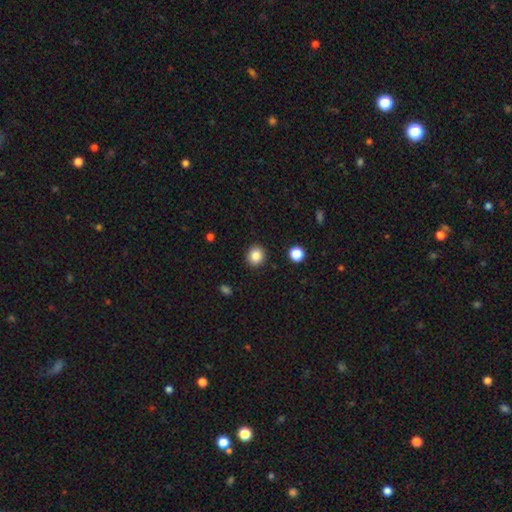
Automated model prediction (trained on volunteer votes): Q: Smooth or featured?
A: smooth (86%); runner-up: star or artifact (10%)
Q: How rounded?
A: round (86%); runner-up: in between (13%)
Q: Merging?
A: none (90%); runner-up: minor disturbance (6%)